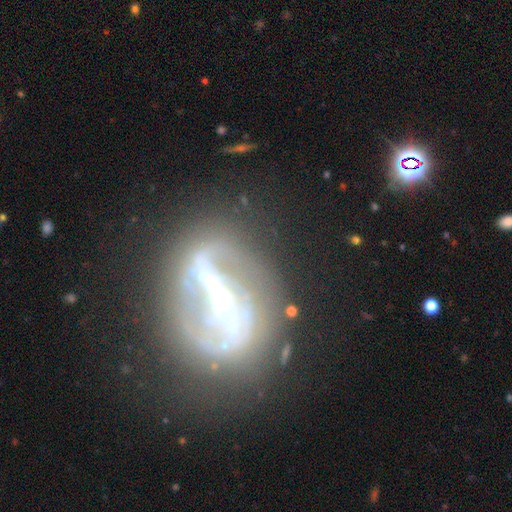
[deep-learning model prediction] featured or disk 86%, star or artifact 7%, smooth 7%. Down the decision tree: edge-on disk — no (88%); bar — strong (82%); spiral arms — yes (79%); spiral arm count — 2 (73%); spiral winding — medium (37%); bulge size — small (58%); merging — none (73%).